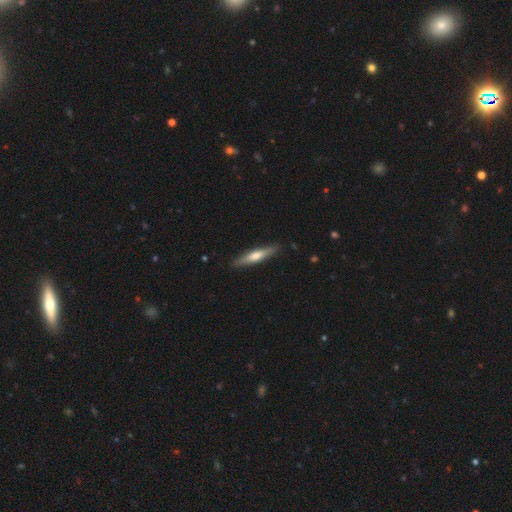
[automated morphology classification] Smooth or featured? smooth (50%)
How rounded? cigar-shaped (87%)
Merging? none (88%)